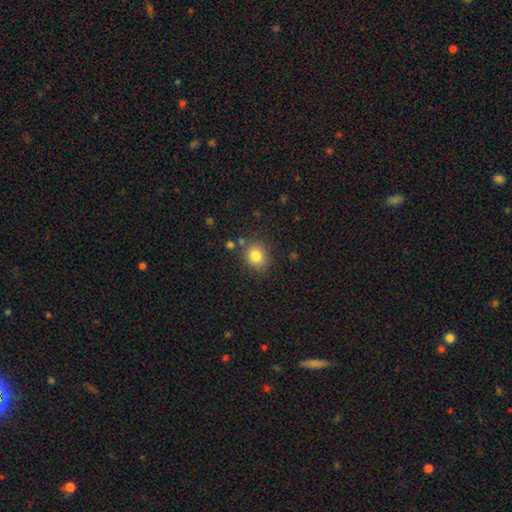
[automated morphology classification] Smooth or featured: smooth — 81% (star or artifact — 12%)
How rounded: round — 76% (in between — 23%)
Merging: none — 81% (minor disturbance — 10%)